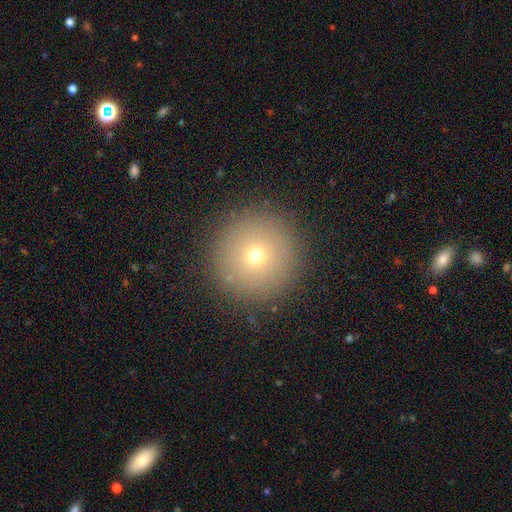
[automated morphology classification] Smooth or featured?
  - smooth: 67% *
  - star or artifact: 19%
  - featured or disk: 14%
How rounded?
  - round: 97% *
  - in between: 2%
  - cigar-shaped: 1%
Merging?
  - none: 90% *
  - minor disturbance: 5%
  - major disturbance: 3%
  - merger: 1%